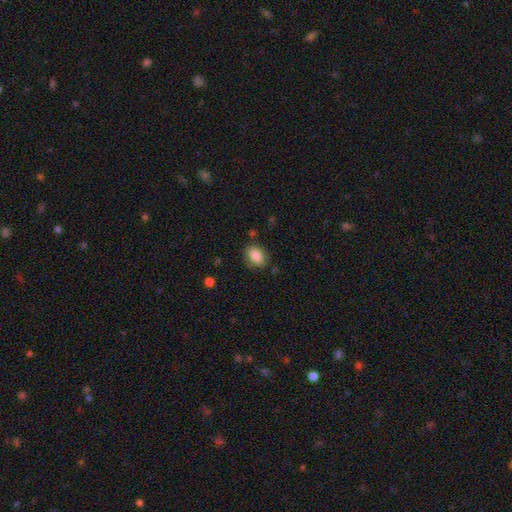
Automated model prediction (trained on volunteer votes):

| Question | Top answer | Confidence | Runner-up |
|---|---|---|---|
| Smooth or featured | smooth | 85% | star or artifact (8%) |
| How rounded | in between | 83% | round (16%) |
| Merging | none | 81% | minor disturbance (14%) |